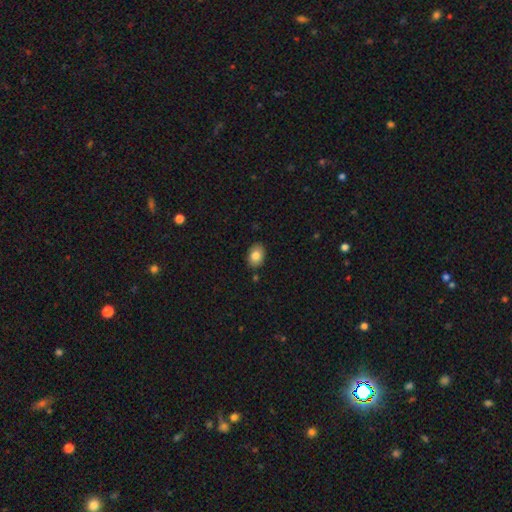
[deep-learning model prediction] smooth 83%, featured or disk 9%, star or artifact 8%. Down the decision tree: how rounded — in between (78%); merging — none (85%).